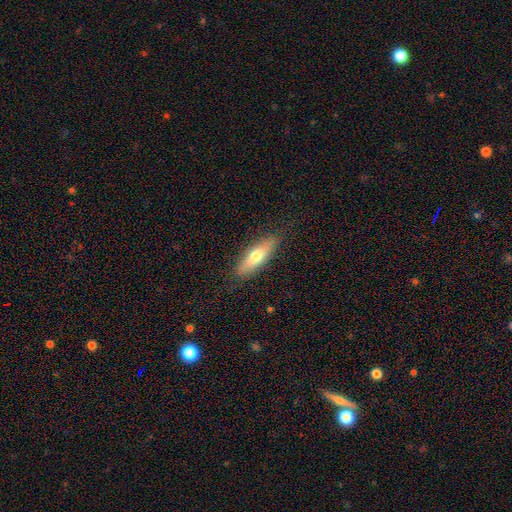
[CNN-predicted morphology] type=smooth (68%); roundness=cigar-shaped (51%); merging=none (85%).